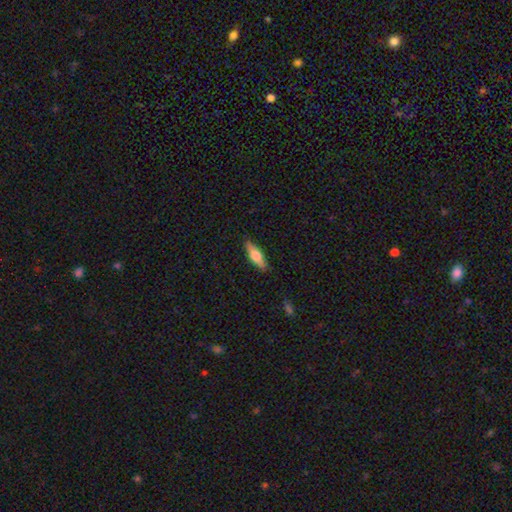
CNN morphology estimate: Smooth or featured: smooth — 48% (featured or disk — 47%)
Merging: none — 89% (minor disturbance — 8%)